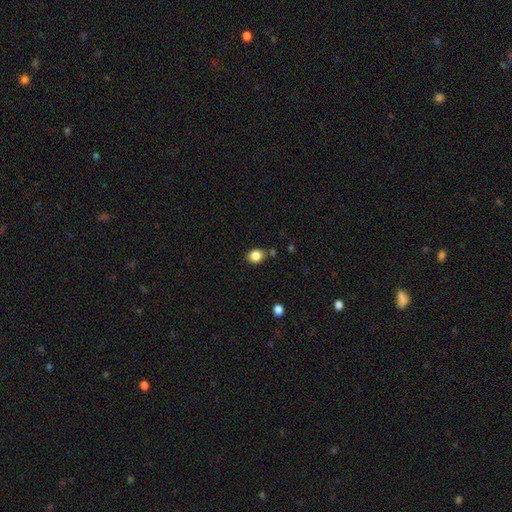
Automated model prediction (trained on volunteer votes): This is clearly a smooth galaxy (85%). How rounded: likely round (67%). Merging: likely none (76%).